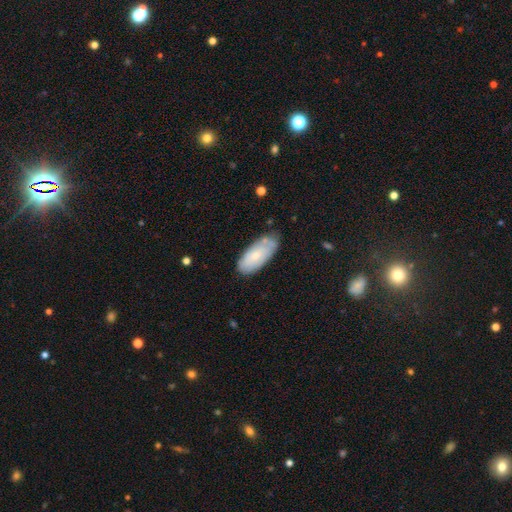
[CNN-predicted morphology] smooth_or_featured: smooth (p=0.60) [alt: featured or disk p=0.33]
how_rounded: in between (p=0.88) [alt: cigar-shaped p=0.10]
merging: none (p=0.68) [alt: minor disturbance p=0.24]